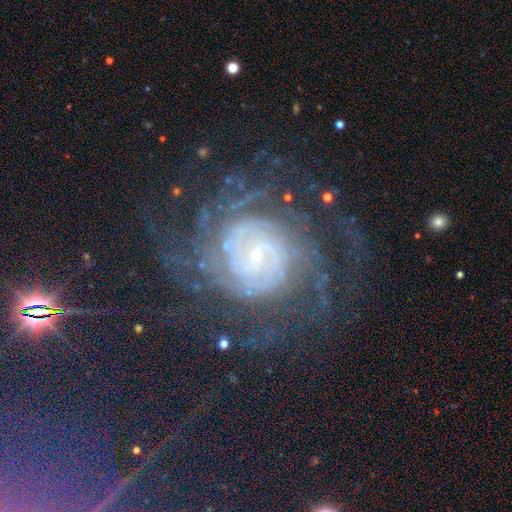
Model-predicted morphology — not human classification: Smooth or featured? featured or disk (85%)
Edge-on disk? no (97%)
Bar? no (48%)
Spiral arms? yes (97%)
Spiral winding? tight (70%)
Spiral arm count? can't tell (29%)
Bulge size? small (81%)
Merging? none (74%)